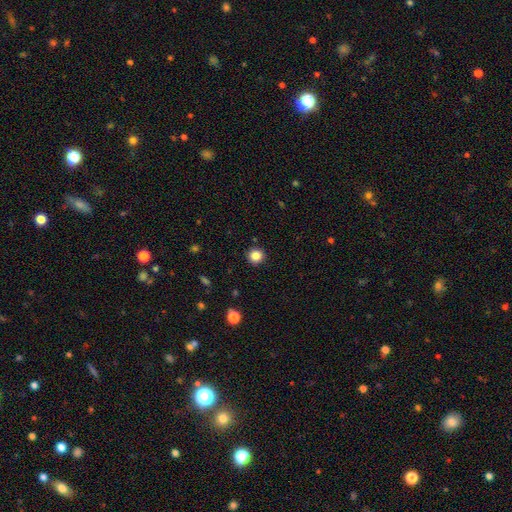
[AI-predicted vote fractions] Morphology: type=smooth (84%); roundness=round (94%); merging=none (92%).